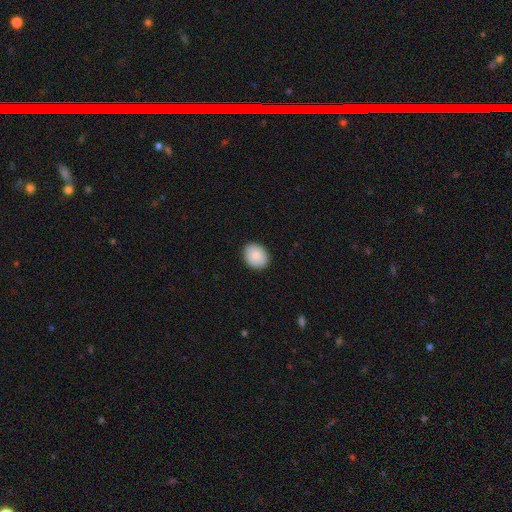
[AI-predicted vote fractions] The model was most divided on "how rounded": round: 54%, in between: 45%, cigar-shaped: 1%. More confident: merging — none (89%); smooth or featured — smooth (84%).